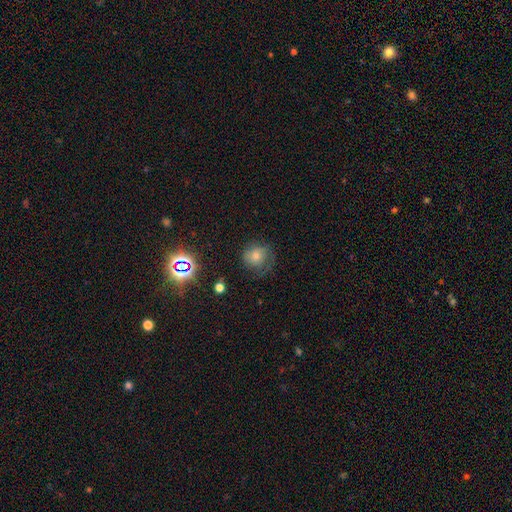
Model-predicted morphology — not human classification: Q: Smooth or featured?
A: smooth (44%); runner-up: featured or disk (33%)
Q: Merging?
A: none (65%); runner-up: minor disturbance (20%)